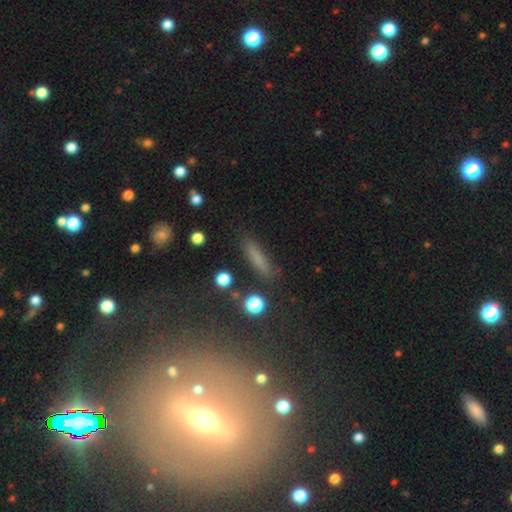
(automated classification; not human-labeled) Smooth or featured? smooth (75%)
How rounded? cigar-shaped (85%)
Merging? none (85%)